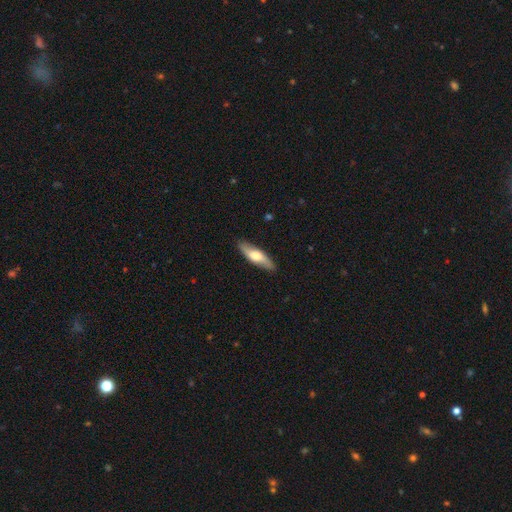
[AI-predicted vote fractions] This is possibly a smooth galaxy (55%). How rounded: possibly cigar-shaped (55%). Merging: clearly none (87%).